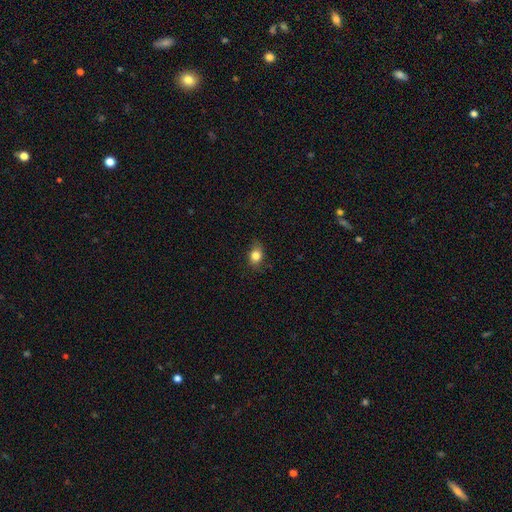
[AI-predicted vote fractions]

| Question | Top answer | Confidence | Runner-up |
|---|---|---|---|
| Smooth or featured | smooth | 82% | star or artifact (10%) |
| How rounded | in between | 55% | round (44%) |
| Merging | none | 75% | minor disturbance (19%) |